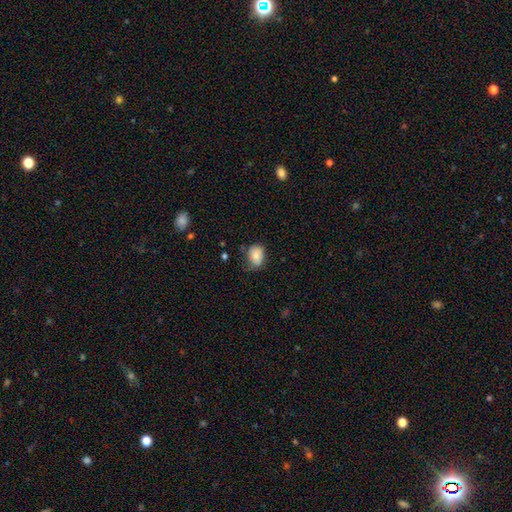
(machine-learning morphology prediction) smooth 79%, featured or disk 13%, star or artifact 8%. Down the decision tree: how rounded — in between (73%); merging — none (57%).